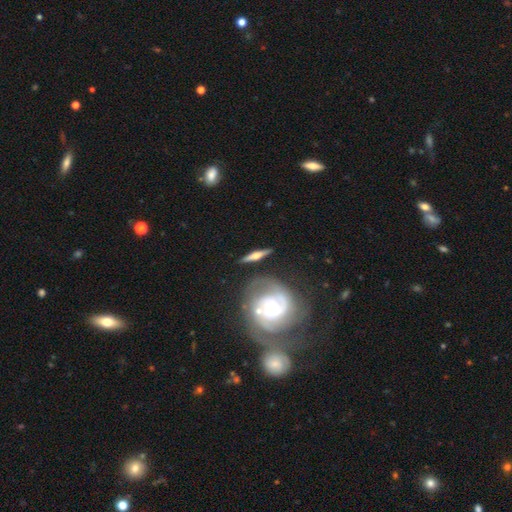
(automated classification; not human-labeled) featured or disk 69%, smooth 25%, star or artifact 6%. Down the decision tree: edge-on disk — yes (84%); edge-on bulge — rounded (89%); merging — none (79%).